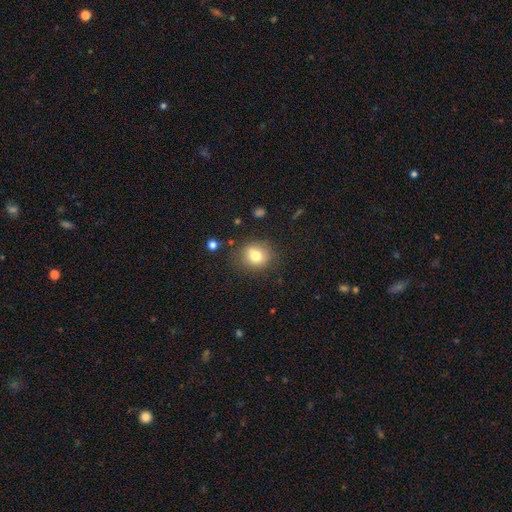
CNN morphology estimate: Smooth or featured?
  - smooth: 77% *
  - star or artifact: 12%
  - featured or disk: 11%
How rounded?
  - round: 80% *
  - in between: 20%
  - cigar-shaped: 1%
Merging?
  - none: 80% *
  - minor disturbance: 13%
  - major disturbance: 4%
  - merger: 3%